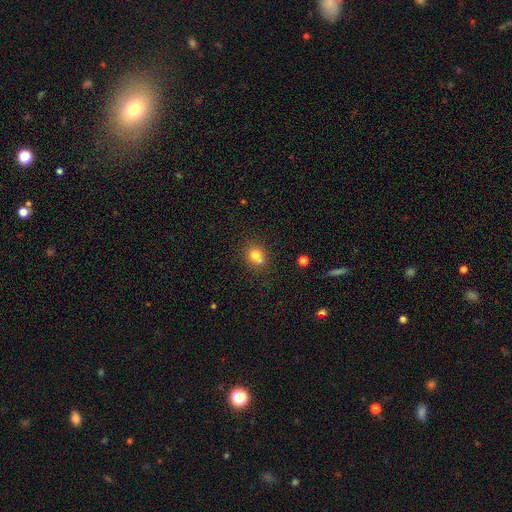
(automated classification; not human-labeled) Morphology: type=smooth (75%); roundness=round (71%); merging=none (55%).